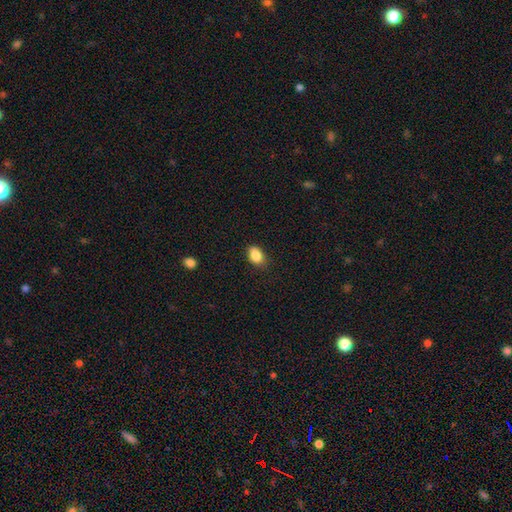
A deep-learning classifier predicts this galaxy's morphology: Smooth or featured? smooth (87%)
How rounded? in between (83%)
Merging? none (80%)